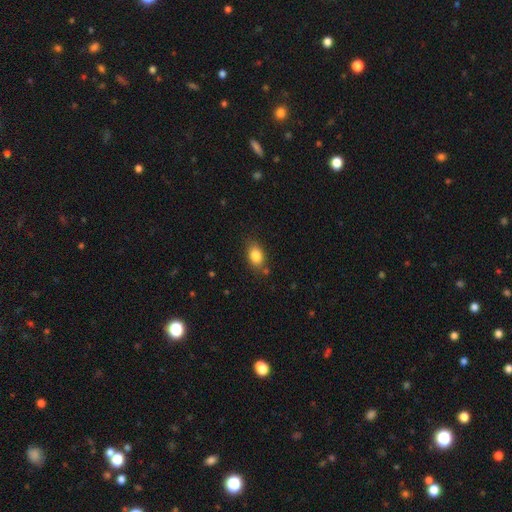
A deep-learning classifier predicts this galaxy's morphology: Overall: smooth (84%). How rounded: in between (80%). Merging: none (77%).